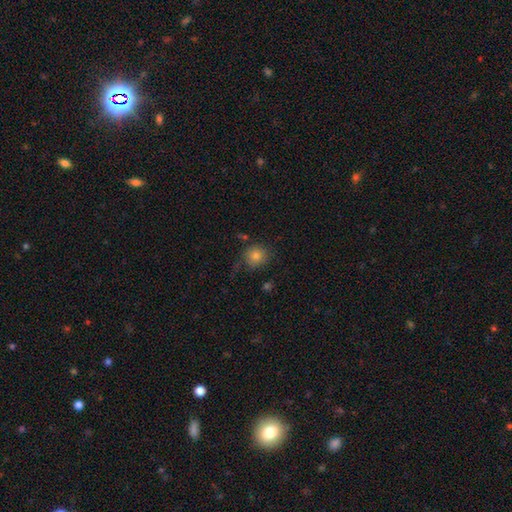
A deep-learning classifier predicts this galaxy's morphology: smooth_or_featured: smooth (p=0.80) [alt: star or artifact p=0.13]
how_rounded: round (p=0.89) [alt: in between p=0.10]
merging: none (p=0.74) [alt: minor disturbance p=0.17]